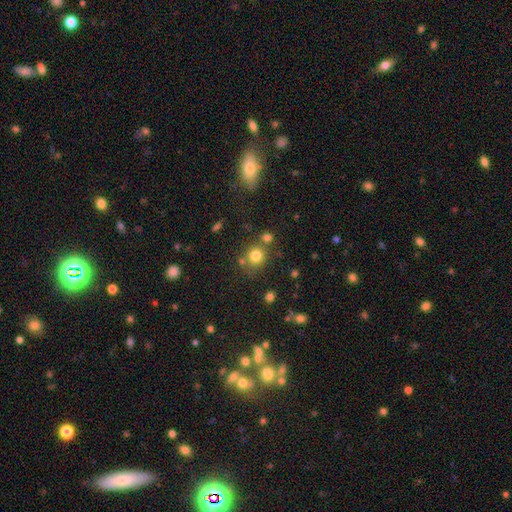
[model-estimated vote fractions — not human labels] Smooth or featured: smooth — 79% (star or artifact — 14%)
How rounded: round — 86% (in between — 13%)
Merging: none — 69% (merger — 16%)